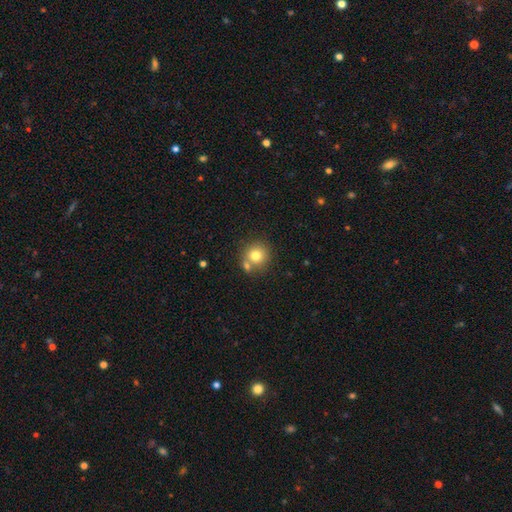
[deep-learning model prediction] smooth_or_featured: smooth (p=0.77) [alt: featured or disk p=0.12]
how_rounded: round (p=0.90) [alt: in between p=0.09]
merging: none (p=0.66) [alt: merger p=0.22]